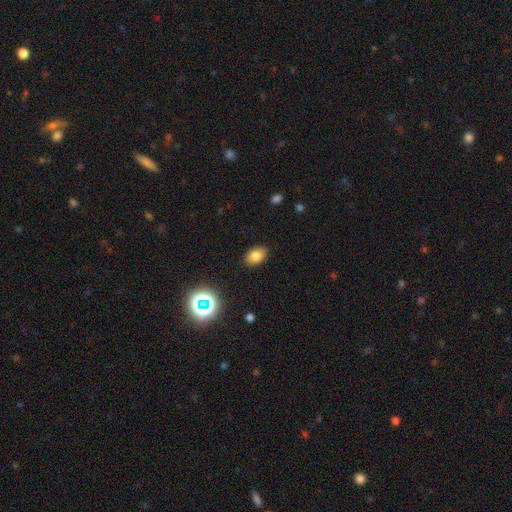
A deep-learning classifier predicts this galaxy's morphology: Smooth or featured: smooth — 79% (star or artifact — 13%)
How rounded: in between — 81% (round — 18%)
Merging: none — 88% (minor disturbance — 9%)